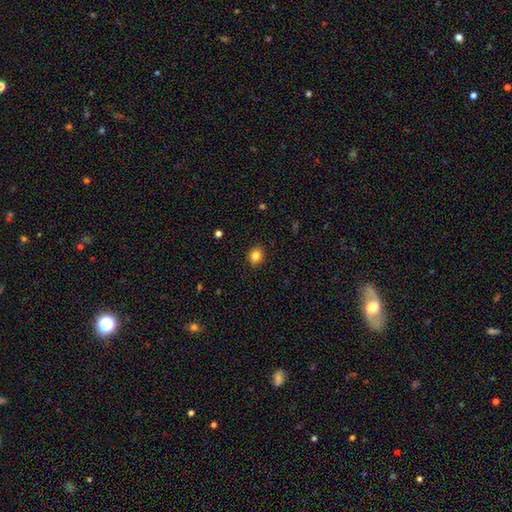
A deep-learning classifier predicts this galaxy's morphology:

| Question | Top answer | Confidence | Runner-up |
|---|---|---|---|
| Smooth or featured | smooth | 83% | star or artifact (11%) |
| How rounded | round | 71% | in between (28%) |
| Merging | none | 89% | minor disturbance (8%) |